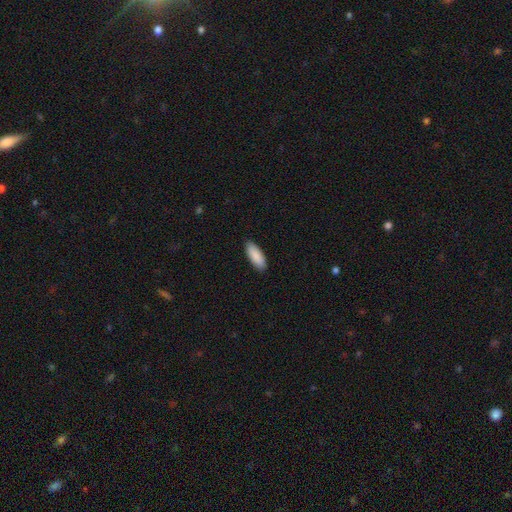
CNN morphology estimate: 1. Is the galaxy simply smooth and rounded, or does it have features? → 90% smooth, 5% star or artifact, 4% featured or disk.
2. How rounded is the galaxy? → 78% in between, 21% cigar-shaped, 1% round.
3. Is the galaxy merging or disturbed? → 89% none, 8% minor disturbance, 2% major disturbance, 1% merger.